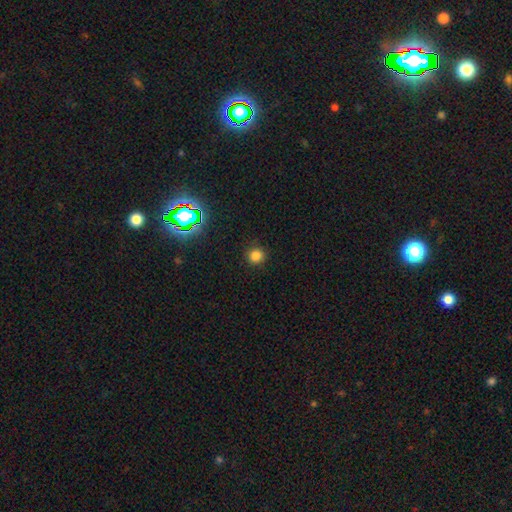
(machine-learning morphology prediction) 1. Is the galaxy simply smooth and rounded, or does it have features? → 80% smooth, 16% star or artifact, 4% featured or disk.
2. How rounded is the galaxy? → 92% round, 7% in between, 1% cigar-shaped.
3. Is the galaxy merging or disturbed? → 90% none, 7% minor disturbance, 2% major disturbance, 1% merger.